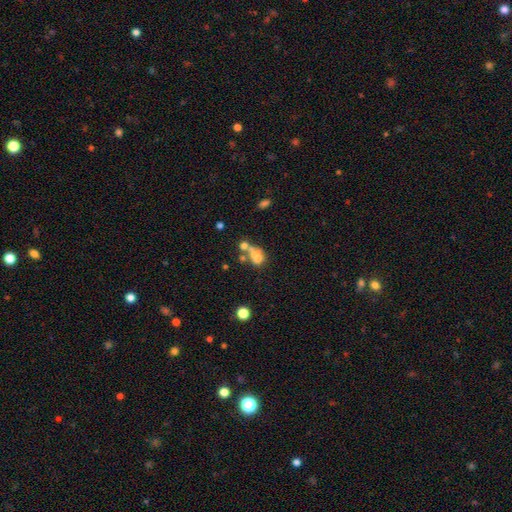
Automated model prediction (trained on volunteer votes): A smooth galaxy with no disk features (50%) that is in between round and cigar-shaped (53%).

Vote fractions:
- Smooth or featured? smooth: 50% / featured or disk: 33% / star or artifact: 16%
- How rounded? in between: 53% / round: 45% / cigar-shaped: 2%
- Merging? merger: 51% / none: 25% / major disturbance: 13% / minor disturbance: 11%